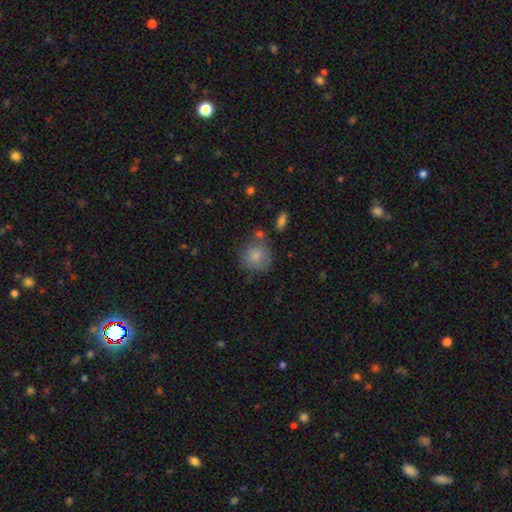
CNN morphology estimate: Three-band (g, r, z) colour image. It shows a smooth galaxy with no disk features (82%) that is round (88%). Merging: none (61%).